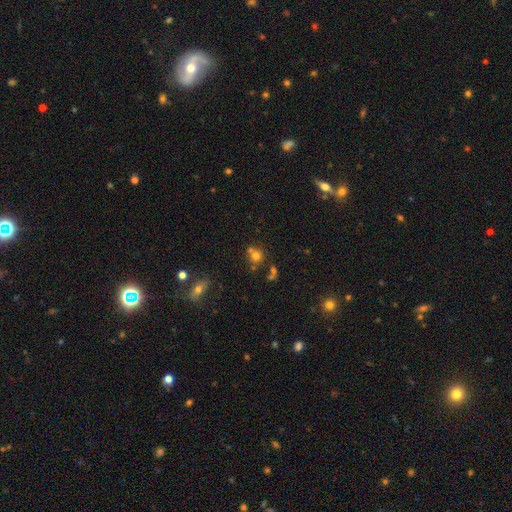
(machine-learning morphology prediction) smooth_or_featured: smooth (p=0.69) [alt: star or artifact p=0.17]
how_rounded: round (p=0.84) [alt: in between p=0.15]
merging: none (p=0.53) [alt: merger p=0.33]